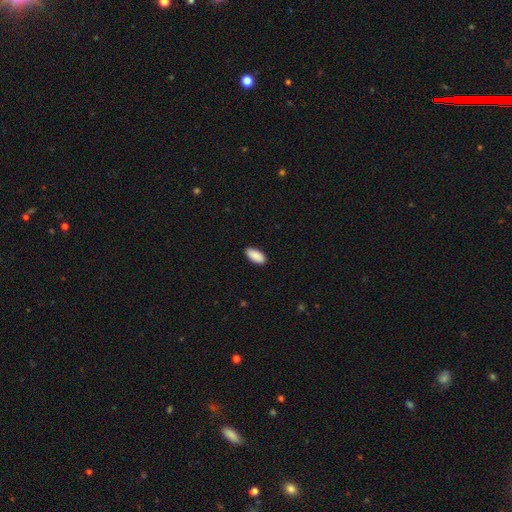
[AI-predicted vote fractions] Q: Smooth or featured?
A: smooth (91%); runner-up: star or artifact (6%)
Q: How rounded?
A: in between (91%); runner-up: cigar-shaped (7%)
Q: Merging?
A: none (88%); runner-up: minor disturbance (9%)